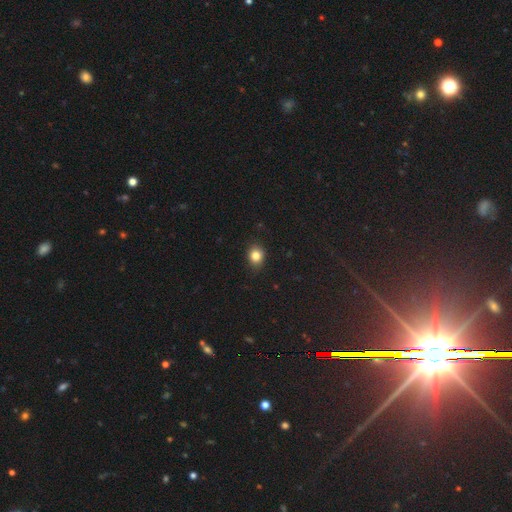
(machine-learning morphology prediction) Q: Smooth or featured?
A: smooth (83%); runner-up: star or artifact (11%)
Q: How rounded?
A: round (65%); runner-up: in between (34%)
Q: Merging?
A: none (85%); runner-up: minor disturbance (12%)